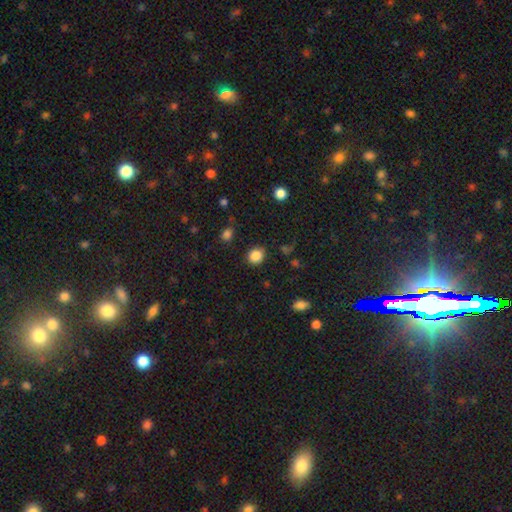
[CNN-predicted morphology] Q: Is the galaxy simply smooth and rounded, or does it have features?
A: smooth — 85%.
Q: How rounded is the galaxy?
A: round — 74%.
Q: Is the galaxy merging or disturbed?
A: none — 86%.